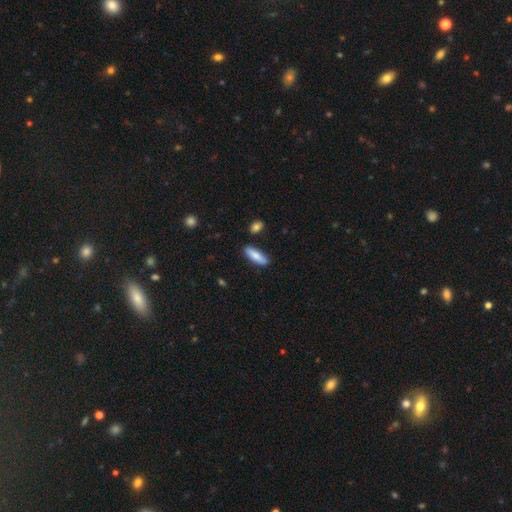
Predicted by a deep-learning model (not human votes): The model was most divided on "how rounded": cigar-shaped: 54%, in between: 44%, round: 2%. More confident: merging — none (84%); smooth or featured — smooth (80%).